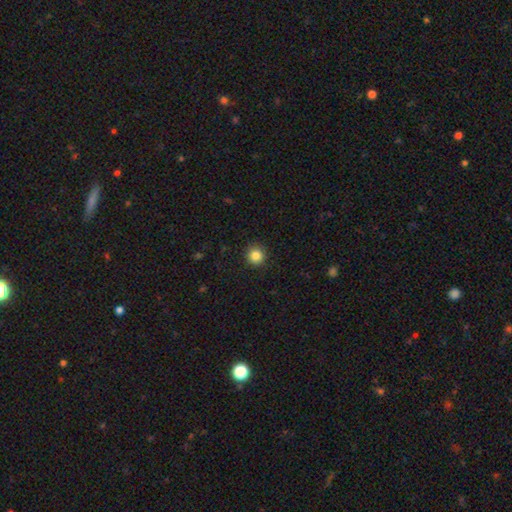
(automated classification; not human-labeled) The model was most divided on "smooth or featured": smooth: 85%, star or artifact: 11%, featured or disk: 4%. More confident: how rounded — round (95%); merging — none (92%).